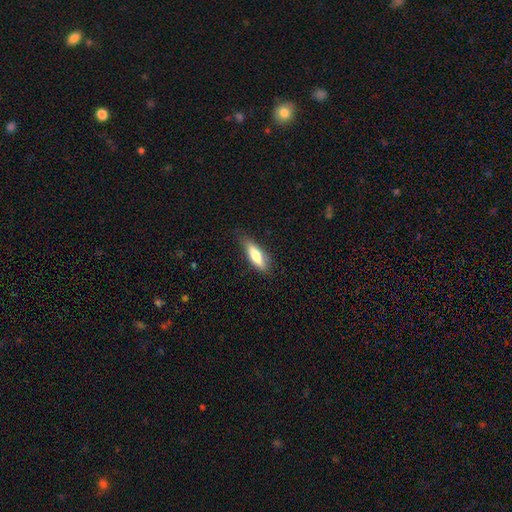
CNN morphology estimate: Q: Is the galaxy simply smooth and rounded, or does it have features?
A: smooth — 70%.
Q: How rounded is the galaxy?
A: cigar-shaped — 49%, tied with in between.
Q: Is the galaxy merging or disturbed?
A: none — 76%.